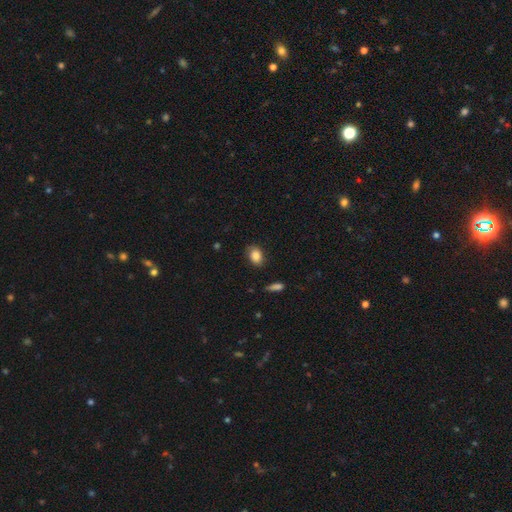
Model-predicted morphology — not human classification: Smooth or featured?
  - smooth: 84% *
  - star or artifact: 8%
  - featured or disk: 8%
How rounded?
  - in between: 73% *
  - round: 25%
  - cigar-shaped: 1%
Merging?
  - none: 76% *
  - minor disturbance: 18%
  - major disturbance: 4%
  - merger: 2%